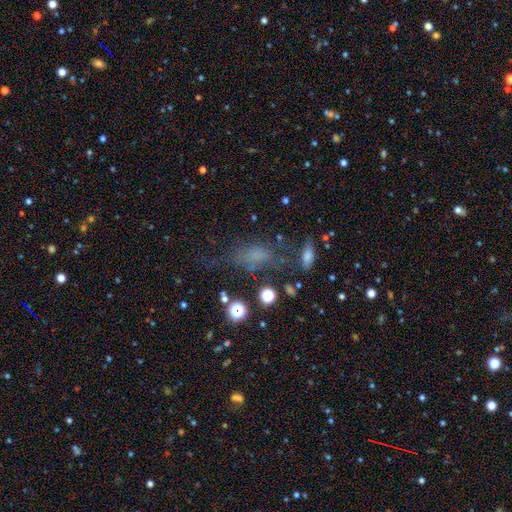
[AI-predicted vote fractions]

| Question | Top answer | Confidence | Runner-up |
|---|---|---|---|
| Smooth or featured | smooth | 56% | star or artifact (24%) |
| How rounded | in between | 74% | round (16%) |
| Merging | none | 42% | major disturbance (26%) |